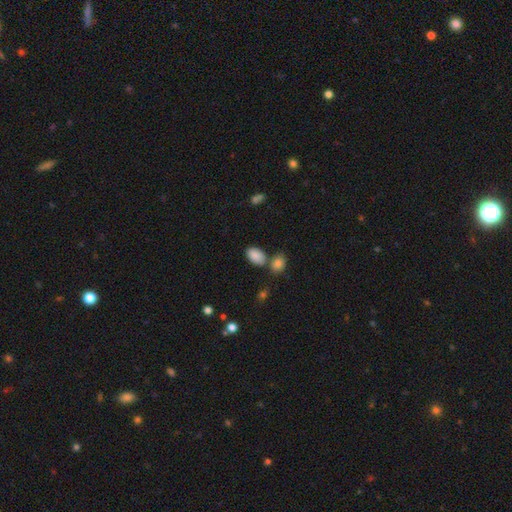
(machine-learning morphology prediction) Smooth or featured: smooth — 87% (star or artifact — 8%)
How rounded: in between — 92% (round — 7%)
Merging: none — 64% (merger — 19%)